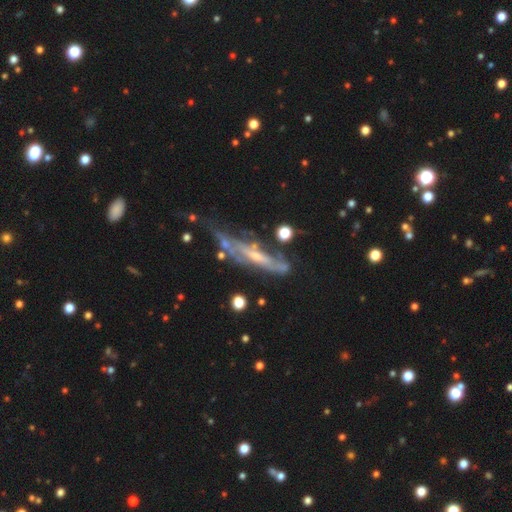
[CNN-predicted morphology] A featured or disk galaxy (76%). Merging: none (41%).